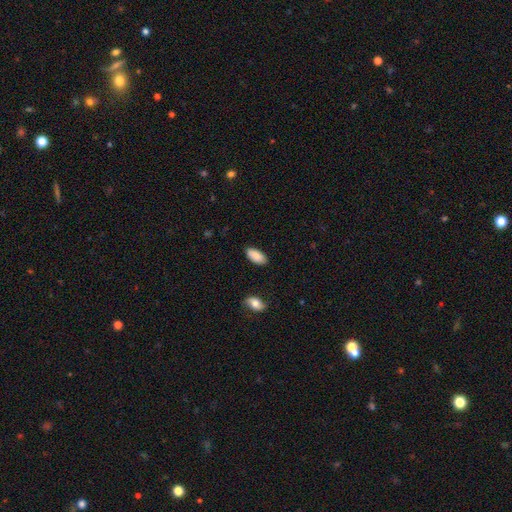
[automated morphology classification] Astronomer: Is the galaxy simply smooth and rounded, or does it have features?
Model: smooth — 86%.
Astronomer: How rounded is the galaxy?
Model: in between — 94%.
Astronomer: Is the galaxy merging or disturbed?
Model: none — 86%.